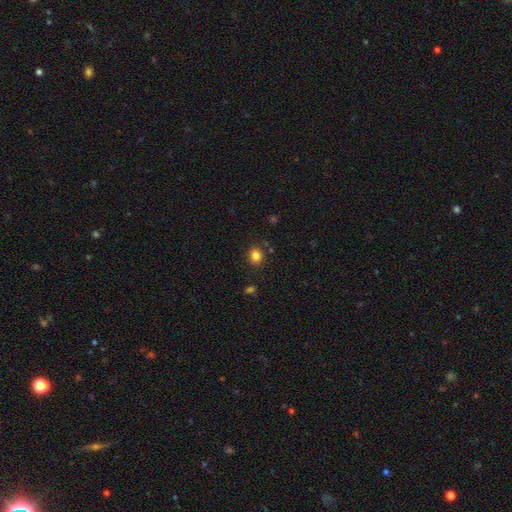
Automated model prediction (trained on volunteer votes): Smooth or featured? smooth (83%)
How rounded? round (75%)
Merging? none (86%)